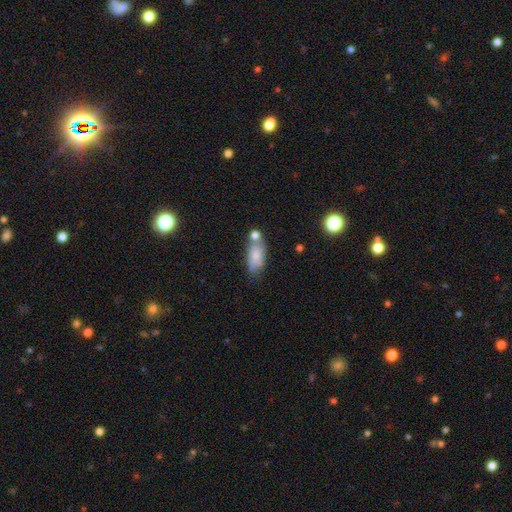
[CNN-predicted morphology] Q: Smooth or featured?
A: smooth (71%); runner-up: featured or disk (21%)
Q: How rounded?
A: in between (86%); runner-up: cigar-shaped (10%)
Q: Merging?
A: none (49%); runner-up: merger (24%)